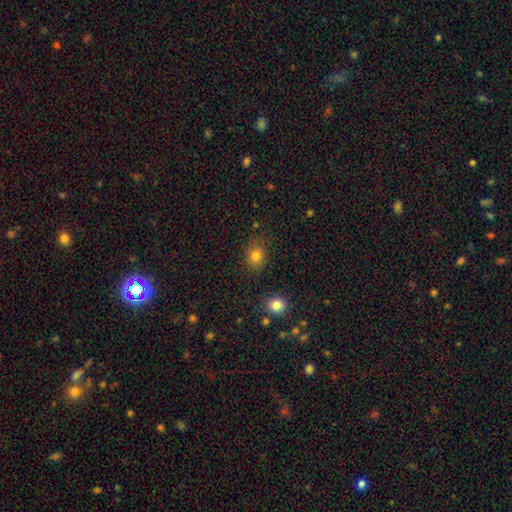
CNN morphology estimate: smooth_or_featured: smooth (p=0.81) [alt: star or artifact p=0.12]
how_rounded: round (p=0.53) [alt: in between p=0.46]
merging: none (p=0.77) [alt: minor disturbance p=0.16]